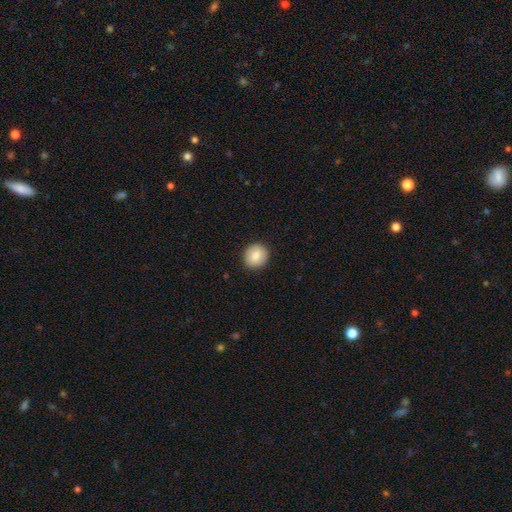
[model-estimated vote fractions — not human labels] smooth-or-featured: smooth: 84% | featured or disk: 8% | star or artifact: 8%
  how-rounded: round: 87% | in between: 12% | cigar-shaped: 1%
  merging: none: 91% | minor disturbance: 6% | major disturbance: 2% | merger: 1%